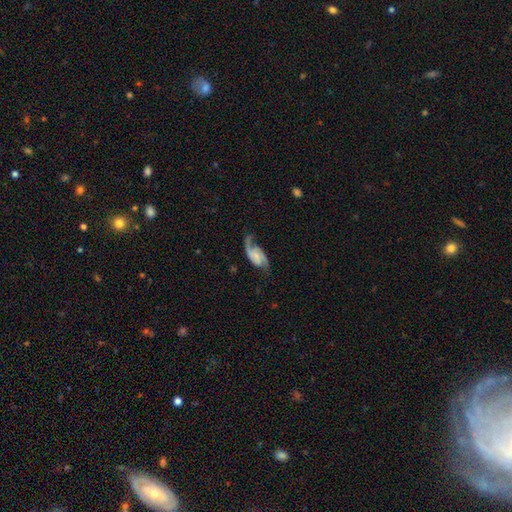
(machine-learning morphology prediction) Q: Smooth or featured?
A: featured or disk (80%); runner-up: smooth (14%)
Q: Edge-on disk?
A: no (96%); runner-up: yes (4%)
Q: Bar?
A: no (58%); runner-up: weak (33%)
Q: Spiral arms?
A: yes (95%); runner-up: no (5%)
Q: Spiral winding?
A: loose (50%); runner-up: medium (37%)
Q: Spiral arm count?
A: 2 (83%); runner-up: 1 (10%)
Q: Bulge size?
A: small (51%); runner-up: none (25%)
Q: Merging?
A: none (56%); runner-up: minor disturbance (23%)